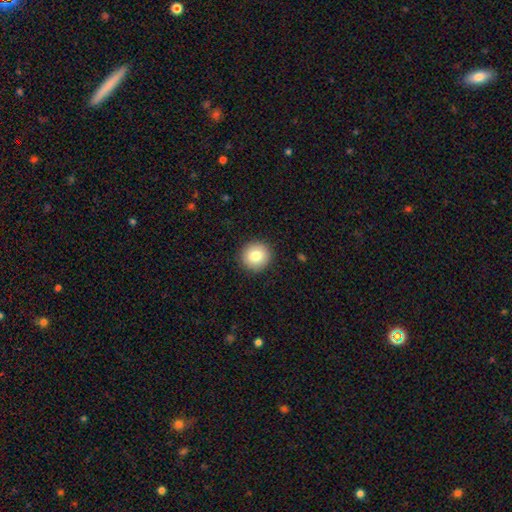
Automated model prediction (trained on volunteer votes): This appears to be a smooth galaxy with no disk features (82%) that is round (92%). Merging: none (92%).